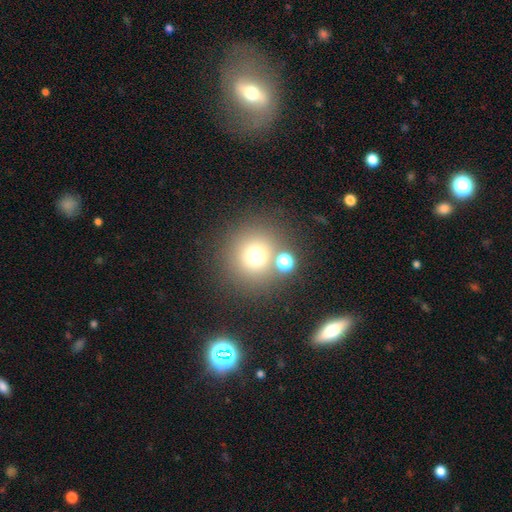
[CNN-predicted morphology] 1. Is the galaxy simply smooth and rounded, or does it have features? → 70% smooth, 19% star or artifact, 11% featured or disk.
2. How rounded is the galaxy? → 93% round, 6% in between, 1% cigar-shaped.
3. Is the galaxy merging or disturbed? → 75% none, 12% merger, 8% minor disturbance, 5% major disturbance.